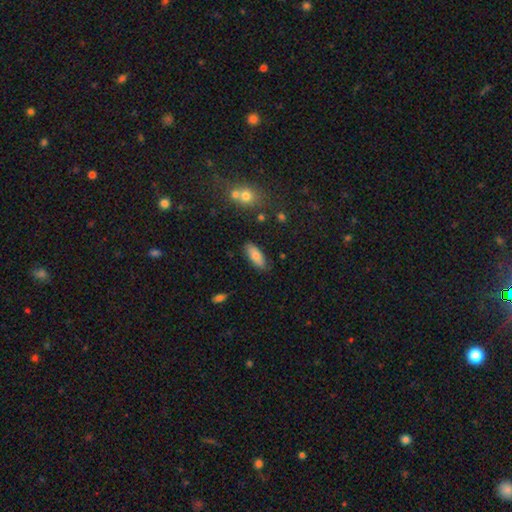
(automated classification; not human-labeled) The model was most divided on "how rounded": in between: 80%, cigar-shaped: 18%, round: 2%. More confident: merging — none (83%); smooth or featured — smooth (80%).